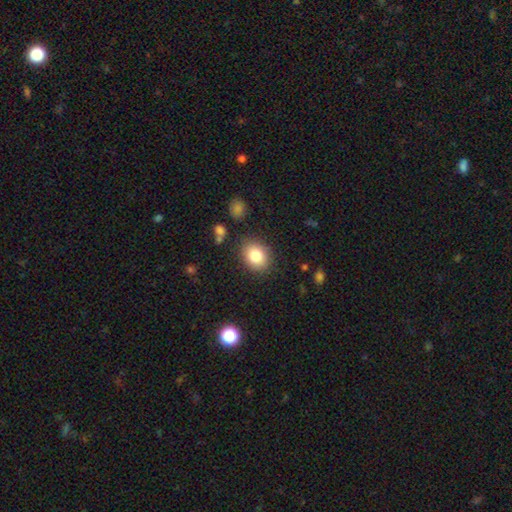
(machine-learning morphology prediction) A smooth galaxy with no disk features (83%) that is in between round and cigar-shaped (51%). Merging: none (84%).